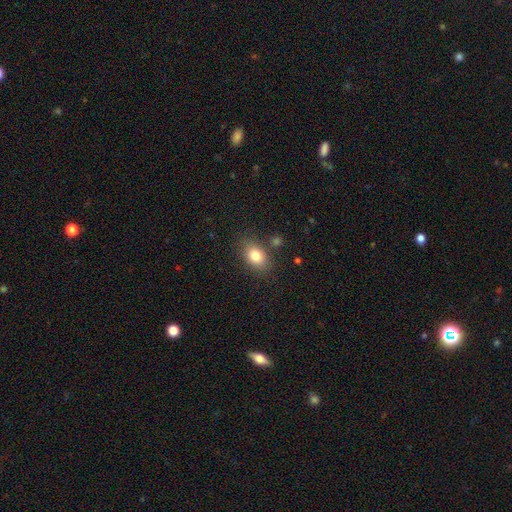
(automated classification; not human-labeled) Smooth or featured: smooth — 81% (featured or disk — 10%)
How rounded: in between — 79% (round — 19%)
Merging: none — 78% (minor disturbance — 13%)